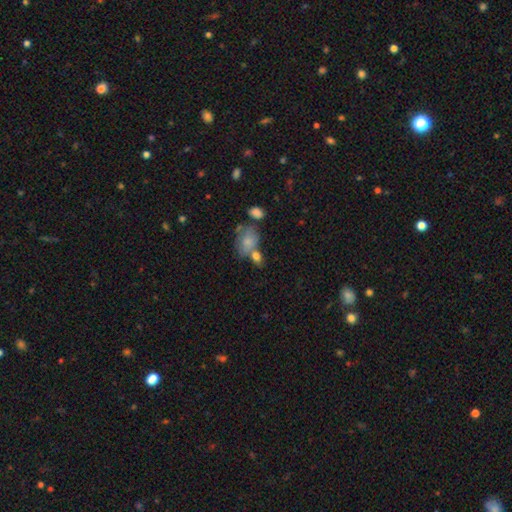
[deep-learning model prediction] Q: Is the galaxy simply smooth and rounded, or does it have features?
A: smooth — 74%.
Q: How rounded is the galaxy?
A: in between — 69%.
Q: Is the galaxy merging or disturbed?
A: merger — 39%.